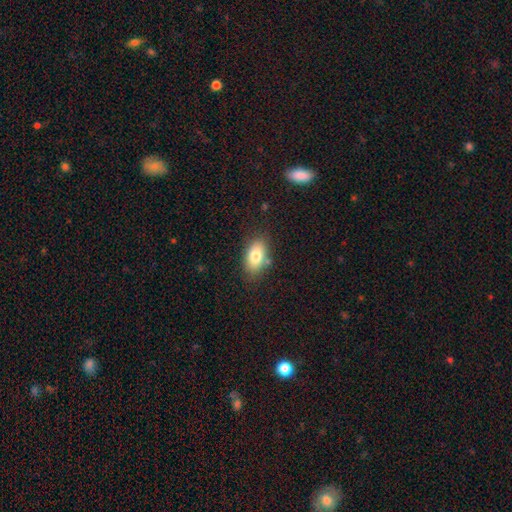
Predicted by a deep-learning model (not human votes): A smooth galaxy with no disk features (81%) that is in between round and cigar-shaped (91%). Merging: none (79%).